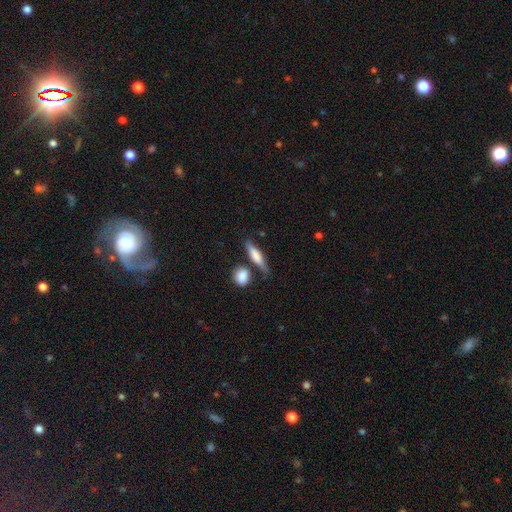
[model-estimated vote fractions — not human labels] This appears to be a smooth galaxy with no disk features (63%) that is cigar-shaped (64%). Merging: none (65%).